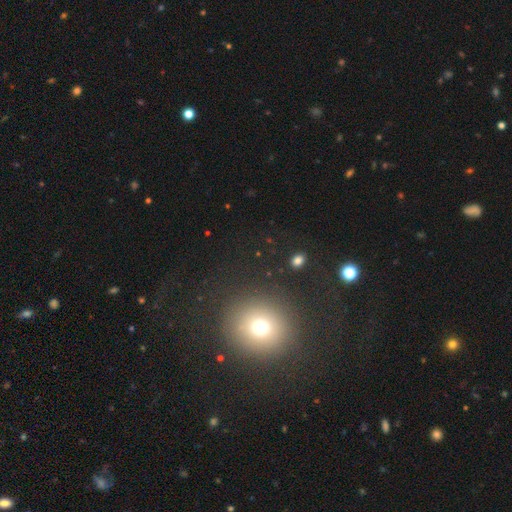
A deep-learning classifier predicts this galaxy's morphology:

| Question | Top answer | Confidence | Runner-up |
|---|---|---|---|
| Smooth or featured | smooth | 61% | star or artifact (29%) |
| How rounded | round | 89% | in between (10%) |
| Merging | none | 88% | minor disturbance (6%) |